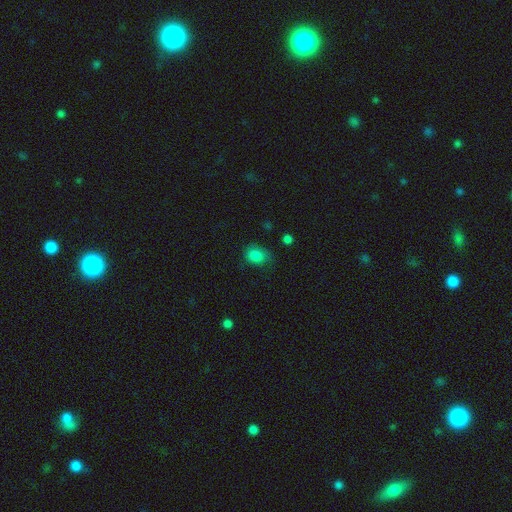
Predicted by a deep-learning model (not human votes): Smooth or featured: smooth — 84% (star or artifact — 10%)
How rounded: in between — 55% (round — 44%)
Merging: none — 61% (minor disturbance — 28%)